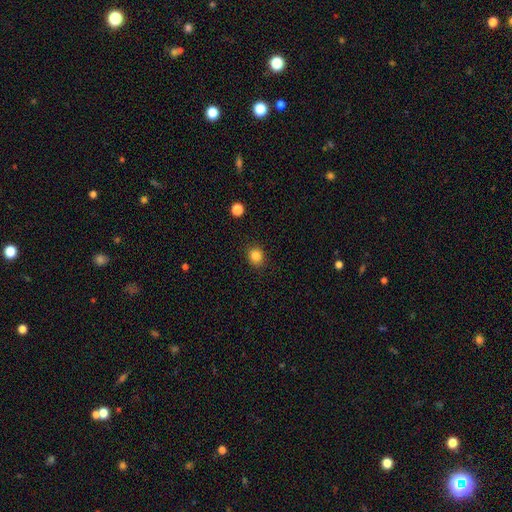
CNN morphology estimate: Smooth or featured? smooth (84%)
How rounded? round (76%)
Merging? none (88%)